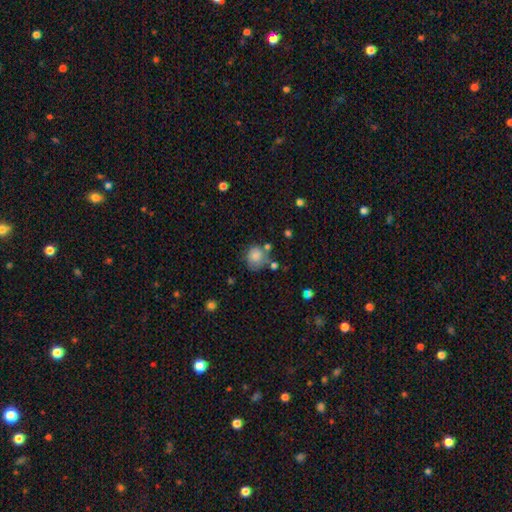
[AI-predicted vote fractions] Morphology: type=smooth (80%); roundness=round (78%); merging=none (55%).